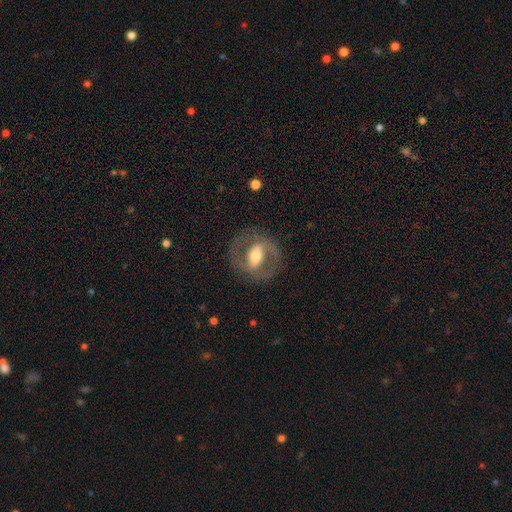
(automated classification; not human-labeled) A featured or disk galaxy (73%) with a strong bar (50%), spiral arms (57%) and a moderate central bulge (67%).

Vote fractions:
- Smooth or featured? featured or disk: 73% / smooth: 22% / star or artifact: 6%
- Edge-on disk? no: 92% / yes: 8%
- Bar? strong: 50% / weak: 32% / no: 18%
- Spiral arms? yes: 57% / no: 43%
- Bulge size? moderate: 67% / small: 16% / large: 14% / dominant: 1% / none: 1%
- Merging? none: 79% / minor disturbance: 11% / major disturbance: 8% / merger: 1%